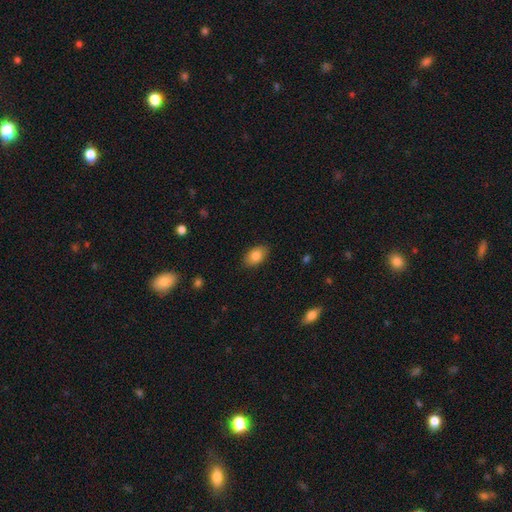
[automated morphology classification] A smooth galaxy with no disk features (84%) that is in between round and cigar-shaped (89%). Merging: none (87%).